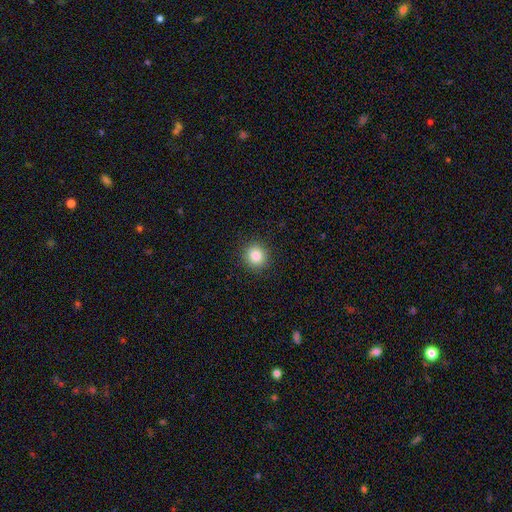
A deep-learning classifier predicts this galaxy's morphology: smooth 85%, star or artifact 10%, featured or disk 5%. Down the decision tree: how rounded — round (89%); merging — none (91%).